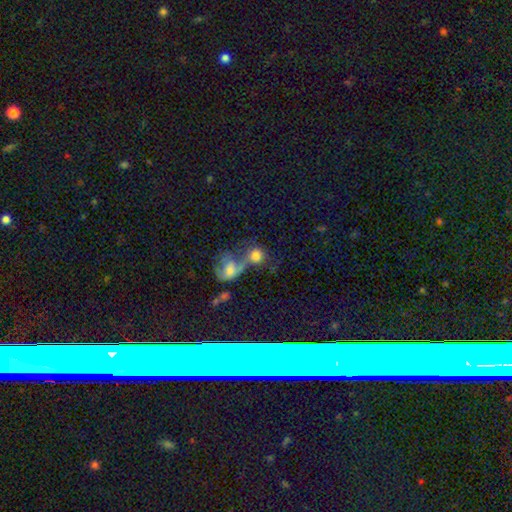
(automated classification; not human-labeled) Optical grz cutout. It shows a smooth galaxy with no disk features (73%) that is round (75%). Merging: merger (61%).